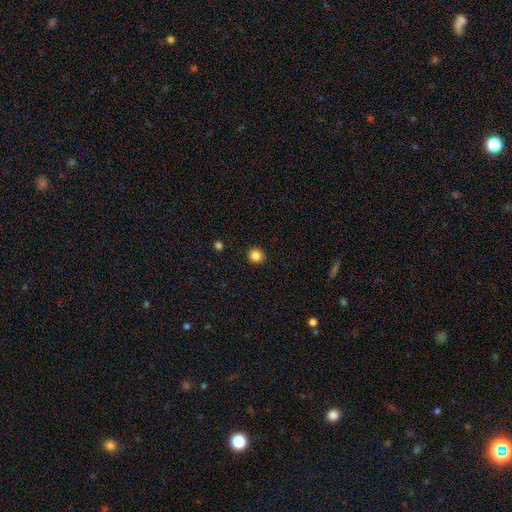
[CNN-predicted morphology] type=smooth (85%); roundness=round (90%); merging=none (92%).